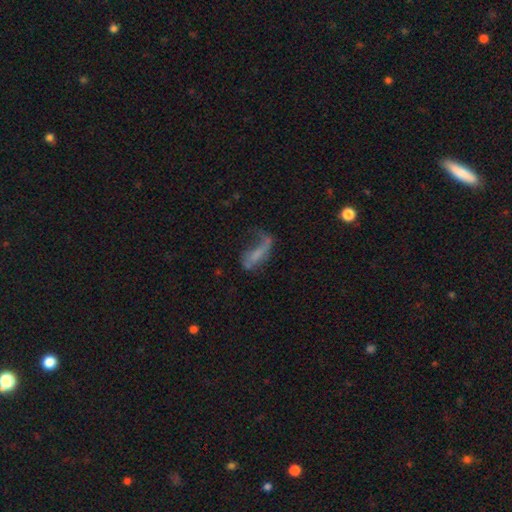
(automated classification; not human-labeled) Smooth or featured? Predicted: featured or disk (p=0.46). Merging? Predicted: major disturbance (p=0.49).